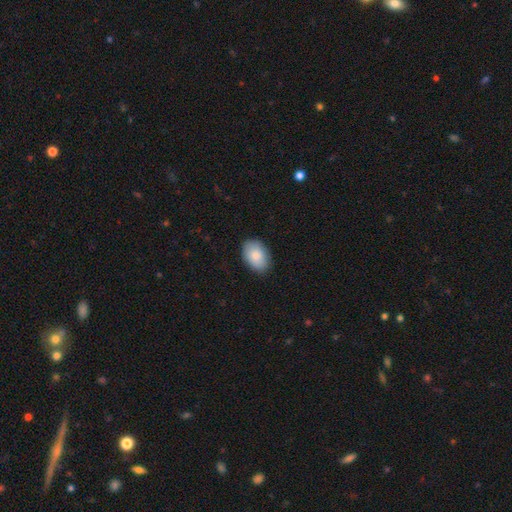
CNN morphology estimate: This is clearly a smooth galaxy (85%). How rounded: clearly in between (87%). Merging: clearly none (86%).